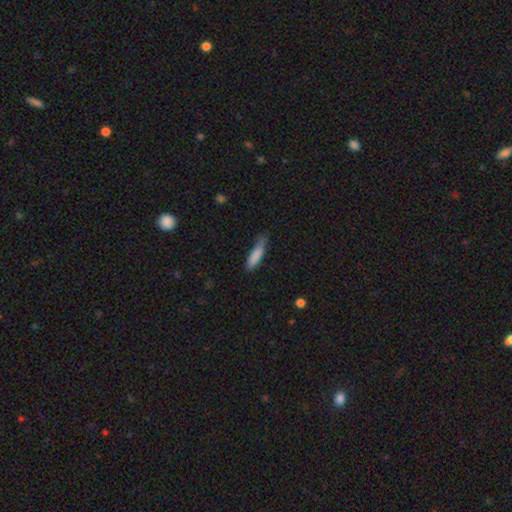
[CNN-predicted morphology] Smooth or featured? smooth (83%)
How rounded? cigar-shaped (74%)
Merging? none (58%)